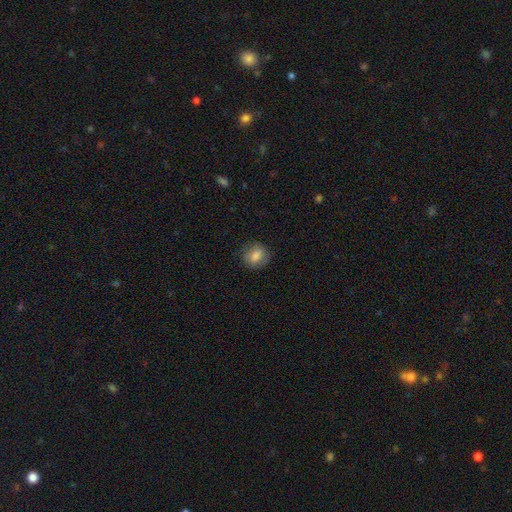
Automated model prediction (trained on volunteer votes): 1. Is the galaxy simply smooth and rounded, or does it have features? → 80% smooth, 12% featured or disk, 9% star or artifact.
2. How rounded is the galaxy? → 69% round, 30% in between, 1% cigar-shaped.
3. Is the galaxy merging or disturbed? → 83% none, 12% minor disturbance, 4% major disturbance, 1% merger.